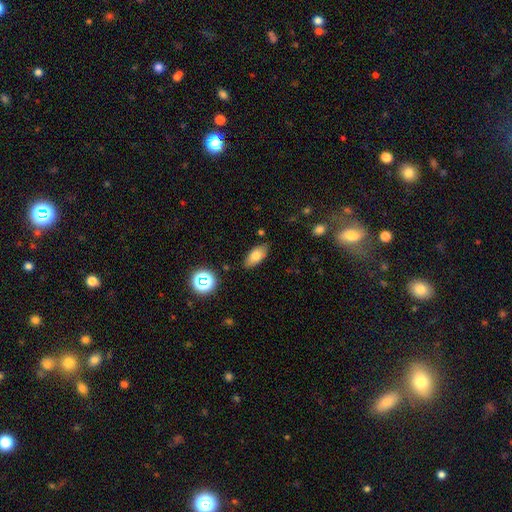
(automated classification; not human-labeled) Smooth or featured: smooth — 77% (featured or disk — 13%)
How rounded: in between — 86% (cigar-shaped — 9%)
Merging: none — 83% (minor disturbance — 12%)